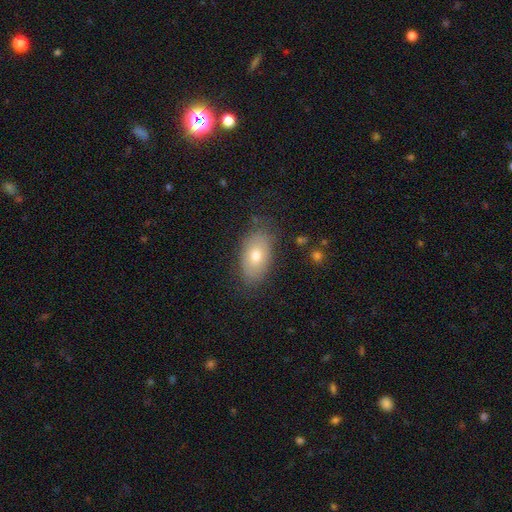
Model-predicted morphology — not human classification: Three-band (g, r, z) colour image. It shows a smooth galaxy with no disk features (71%) that is in between round and cigar-shaped (91%). Merging: none (79%).